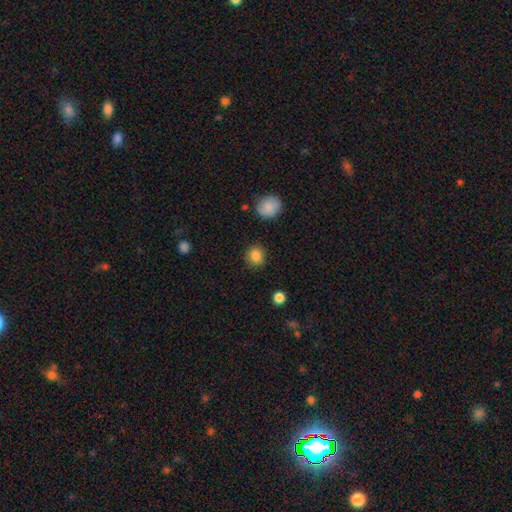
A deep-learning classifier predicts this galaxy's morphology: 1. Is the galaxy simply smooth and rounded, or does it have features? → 85% smooth, 10% star or artifact, 5% featured or disk.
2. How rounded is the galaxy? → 79% round, 20% in between, 1% cigar-shaped.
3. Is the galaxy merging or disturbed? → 88% none, 8% minor disturbance, 3% major disturbance, 2% merger.